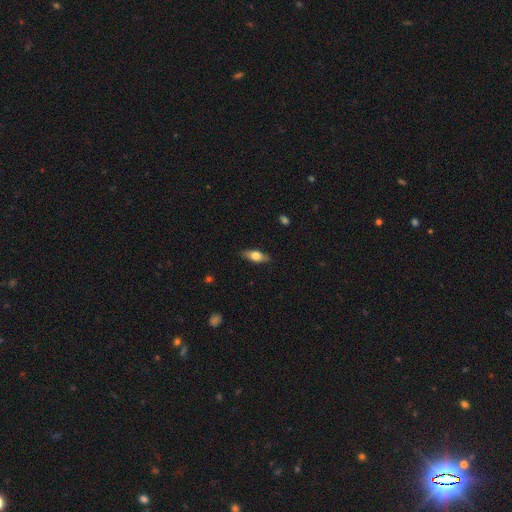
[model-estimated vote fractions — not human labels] Morphology: type=smooth (67%); roundness=in between (76%); merging=none (86%).